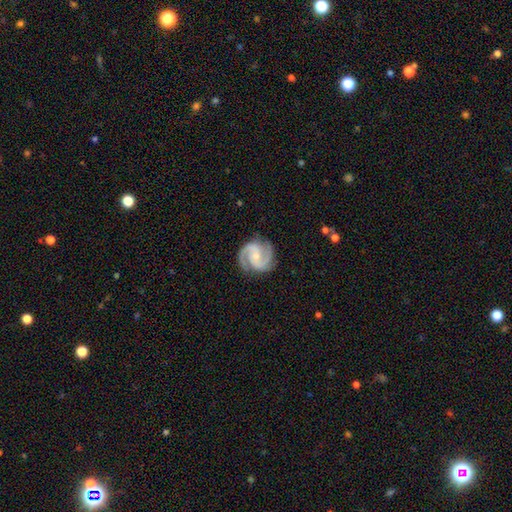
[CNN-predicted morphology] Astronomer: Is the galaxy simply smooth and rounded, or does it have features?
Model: featured or disk — 91%.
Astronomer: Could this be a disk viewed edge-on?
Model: no — 98%.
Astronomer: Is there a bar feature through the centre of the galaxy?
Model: no — 49% (runner-up: weak, 38%).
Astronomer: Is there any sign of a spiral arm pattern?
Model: yes — 98%.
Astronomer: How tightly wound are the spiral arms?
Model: medium — 55% (runner-up: tight, 37%).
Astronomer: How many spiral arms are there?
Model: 2 — 90%.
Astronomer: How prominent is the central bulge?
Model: small — 63%.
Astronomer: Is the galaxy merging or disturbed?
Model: none — 83%.